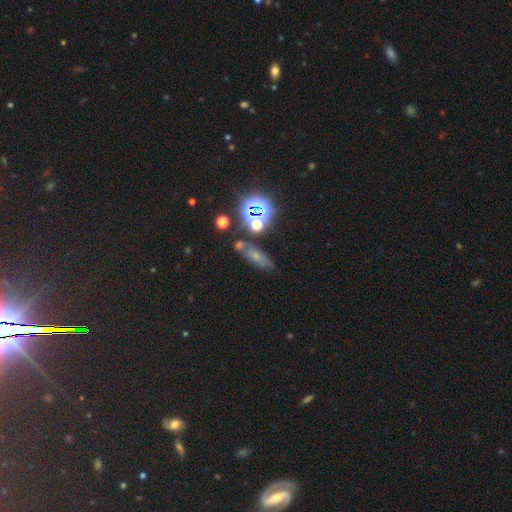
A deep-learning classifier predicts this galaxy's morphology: A smooth galaxy with no disk features (42%).

Vote fractions:
- Smooth or featured? smooth: 42% / star or artifact: 36% / featured or disk: 22%
- Merging? none: 69% / minor disturbance: 15% / merger: 11% / major disturbance: 6%